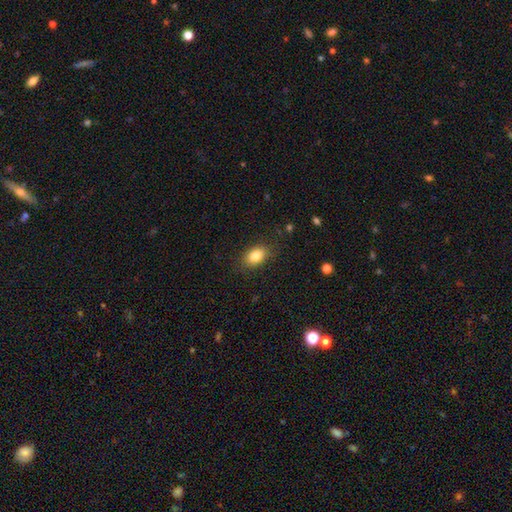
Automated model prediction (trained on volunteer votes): smooth-or-featured: smooth: 83% | star or artifact: 9% | featured or disk: 8%
  how-rounded: in between: 82% | round: 16% | cigar-shaped: 2%
  merging: none: 83% | minor disturbance: 13% | major disturbance: 3% | merger: 1%